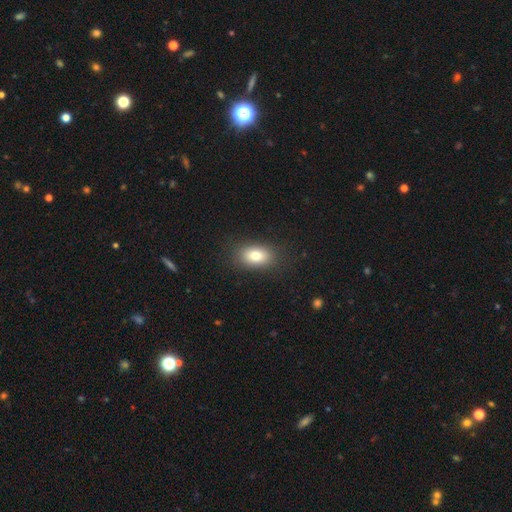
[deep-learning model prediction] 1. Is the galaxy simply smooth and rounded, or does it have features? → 79% smooth, 11% featured or disk, 10% star or artifact.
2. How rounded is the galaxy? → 84% in between, 14% round, 2% cigar-shaped.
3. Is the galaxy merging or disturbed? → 86% none, 10% minor disturbance, 4% major disturbance, 1% merger.